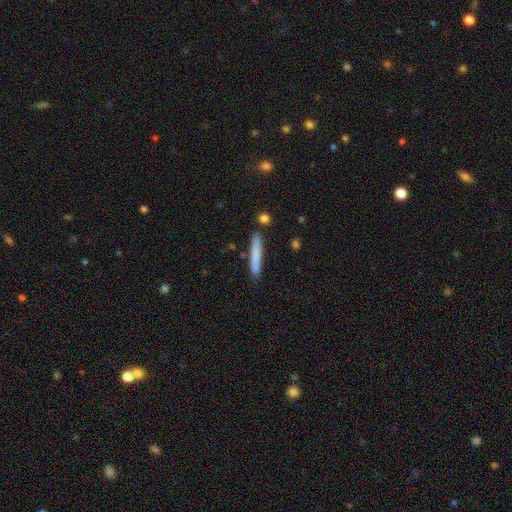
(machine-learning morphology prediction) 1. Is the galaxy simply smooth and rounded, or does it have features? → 76% smooth, 18% featured or disk, 6% star or artifact.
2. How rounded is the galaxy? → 95% cigar-shaped, 4% in between, 1% round.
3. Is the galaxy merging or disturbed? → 85% none, 10% minor disturbance, 4% merger, 2% major disturbance.